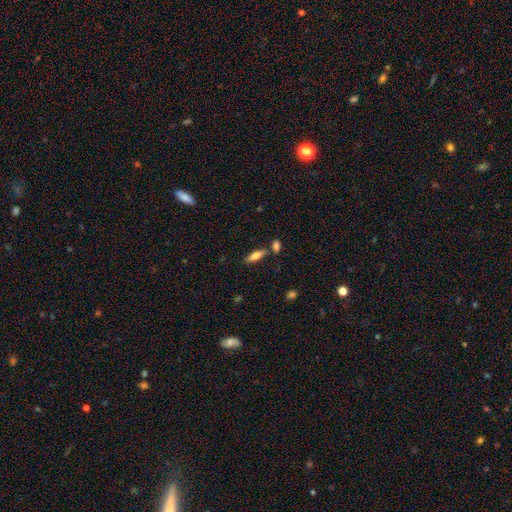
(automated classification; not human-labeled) smooth-or-featured: smooth: 73% | featured or disk: 20% | star or artifact: 7%
  how-rounded: in between: 52% | cigar-shaped: 46% | round: 2%
  merging: none: 71% | merger: 15% | minor disturbance: 11% | major disturbance: 3%